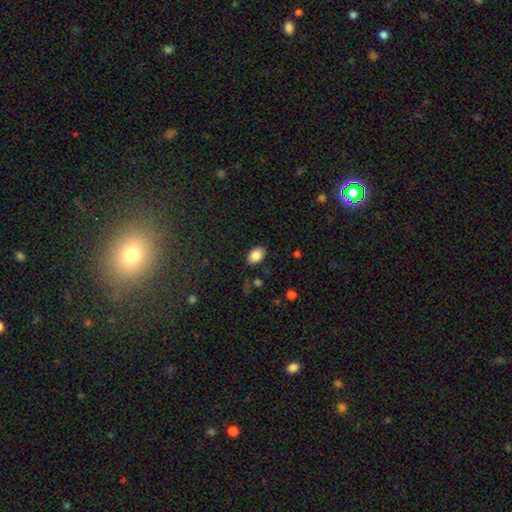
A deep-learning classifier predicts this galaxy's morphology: Overall: smooth (86%). How rounded: in between (84%). Merging: none (86%).